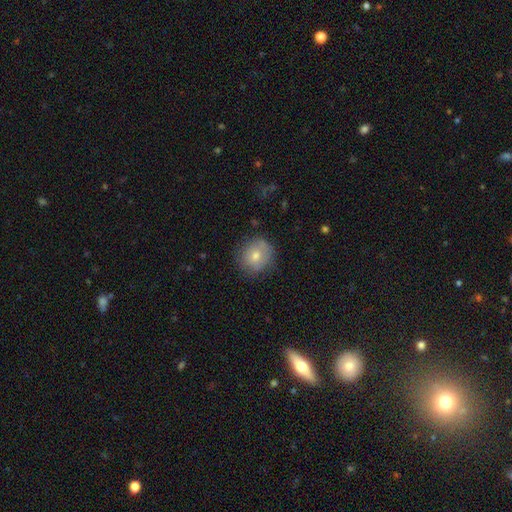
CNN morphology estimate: A smooth galaxy with no disk features (65%) that is round (86%).

Vote fractions:
- Smooth or featured? smooth: 65% / featured or disk: 23% / star or artifact: 12%
- How rounded? round: 86% / in between: 13% / cigar-shaped: 1%
- Merging? none: 79% / minor disturbance: 16% / major disturbance: 4% / merger: 1%